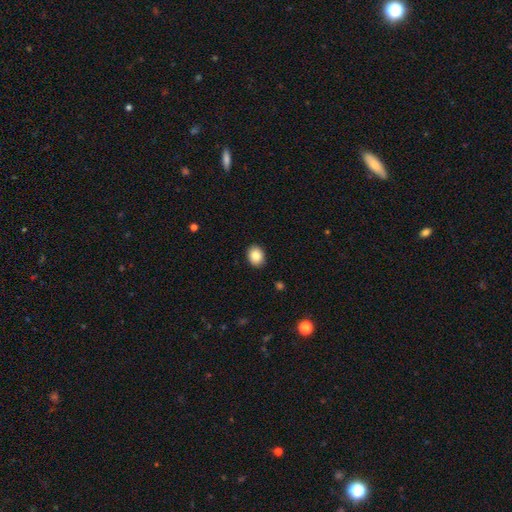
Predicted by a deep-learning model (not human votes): This is clearly a smooth galaxy (86%). How rounded: possibly in between (51%). Merging: clearly none (90%).